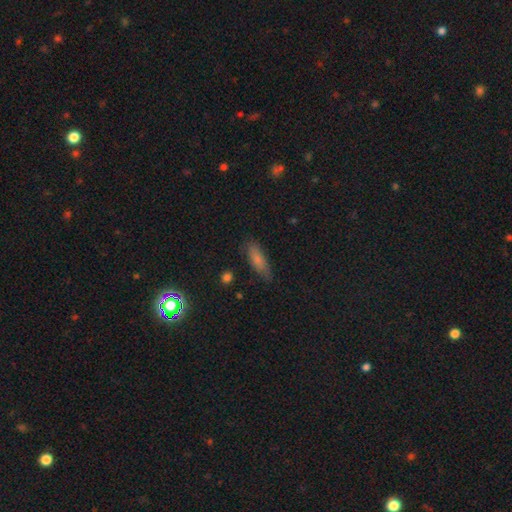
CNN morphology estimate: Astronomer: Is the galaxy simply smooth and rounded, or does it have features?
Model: smooth — 61%.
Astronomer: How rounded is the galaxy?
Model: in between — 49% (runner-up: cigar-shaped, 46%).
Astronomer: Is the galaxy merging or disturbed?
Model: none — 82%.